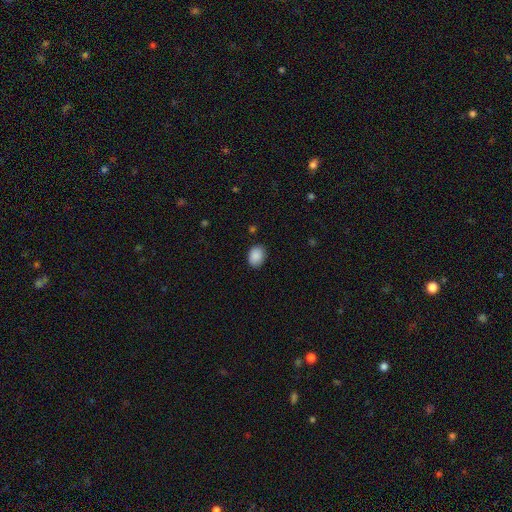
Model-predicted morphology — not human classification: This appears to be a smooth galaxy with no disk features (89%) that is in between round and cigar-shaped (67%). Merging: none (86%).